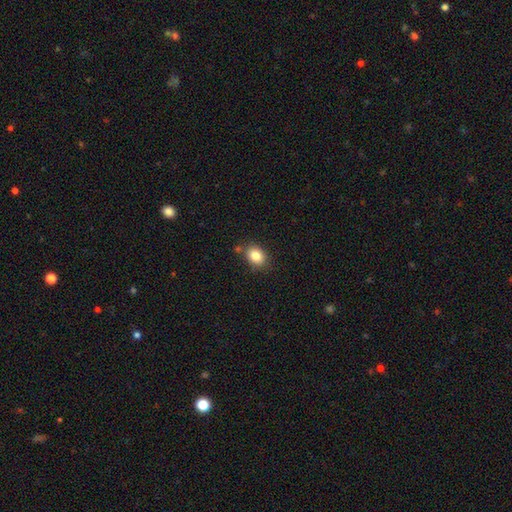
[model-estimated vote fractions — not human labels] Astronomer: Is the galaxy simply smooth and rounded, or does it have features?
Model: smooth — 84%.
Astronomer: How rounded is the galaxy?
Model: in between — 64%.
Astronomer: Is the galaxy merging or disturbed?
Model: none — 78%.